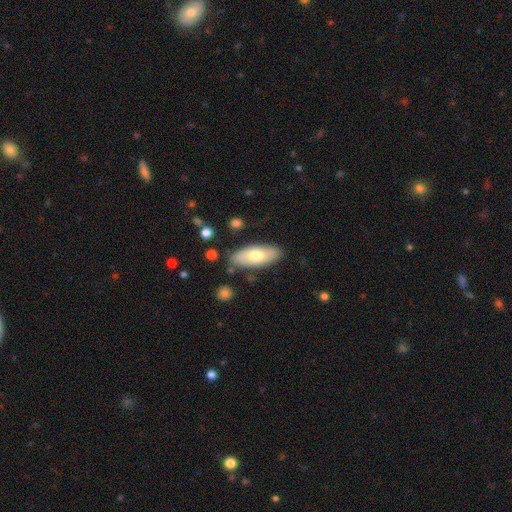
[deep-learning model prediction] The model was most divided on "smooth or featured": smooth: 66%, featured or disk: 29%, star or artifact: 6%. More confident: how rounded — in between (82%); merging — none (82%).